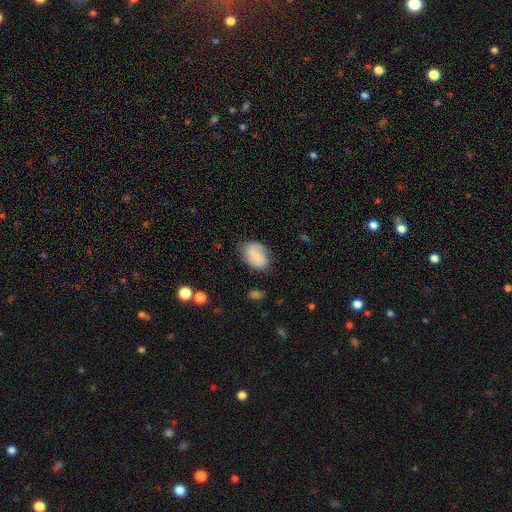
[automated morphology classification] A smooth galaxy with no disk features (60%) that is in between round and cigar-shaped (77%). Merging: none (70%).